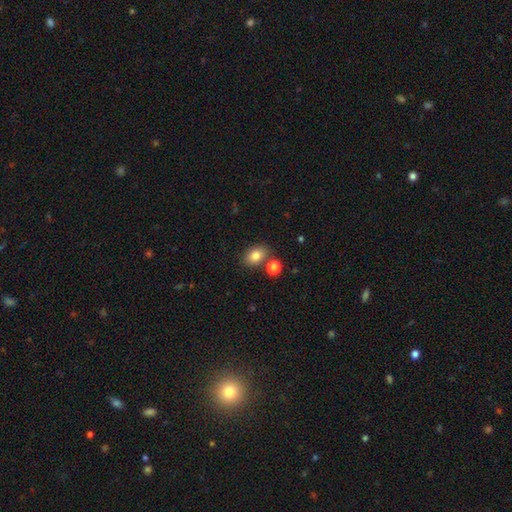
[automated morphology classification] type=smooth (82%); roundness=in between (72%); merging=none (74%).